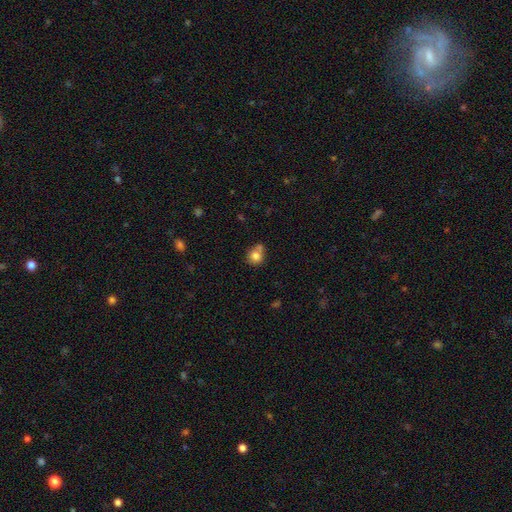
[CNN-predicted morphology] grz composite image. It shows a smooth galaxy with no disk features (80%) that is round (86%). Merging: none (54%).